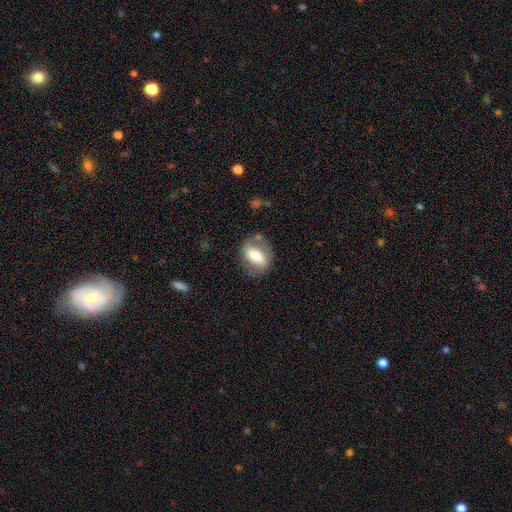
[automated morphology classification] The model was most divided on "smooth or featured": smooth: 54%, featured or disk: 39%, star or artifact: 7%. More confident: how rounded — in between (74%); merging — none (68%).